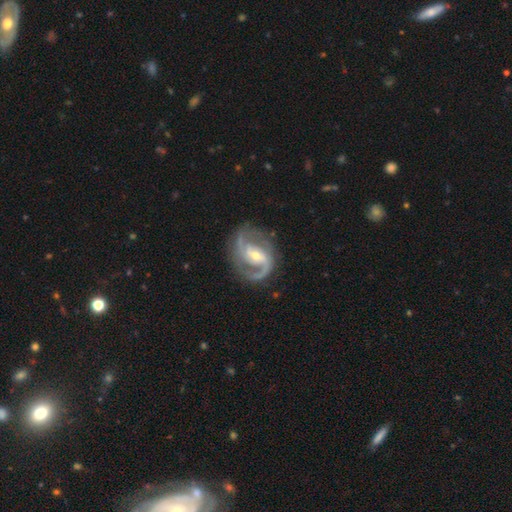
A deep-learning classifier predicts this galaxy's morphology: Smooth or featured? Predicted: featured or disk (p=0.91). Edge-on disk? Predicted: no (p=0.98). Bar? Predicted: weak (p=0.43). Spiral arms? Predicted: yes (p=0.98). Spiral winding? Predicted: medium (p=0.58). Spiral arm count? Predicted: 2 (p=0.85). Bulge size? Predicted: small (p=0.50). Merging? Predicted: none (p=0.75).